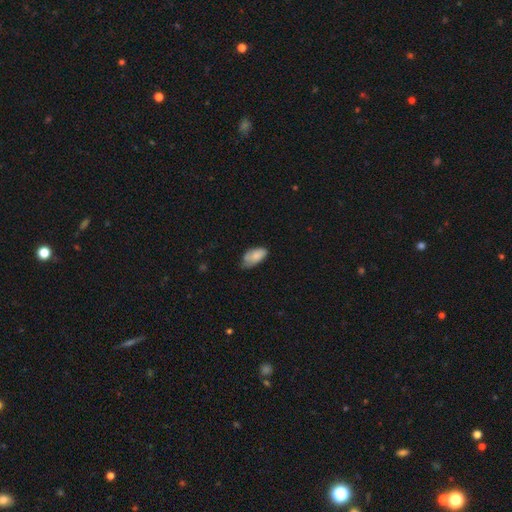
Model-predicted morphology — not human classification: Smooth or featured?
  - smooth: 80% *
  - featured or disk: 13%
  - star or artifact: 7%
How rounded?
  - in between: 93% *
  - cigar-shaped: 4%
  - round: 3%
Merging?
  - none: 45% *
  - minor disturbance: 42%
  - major disturbance: 11%
  - merger: 3%